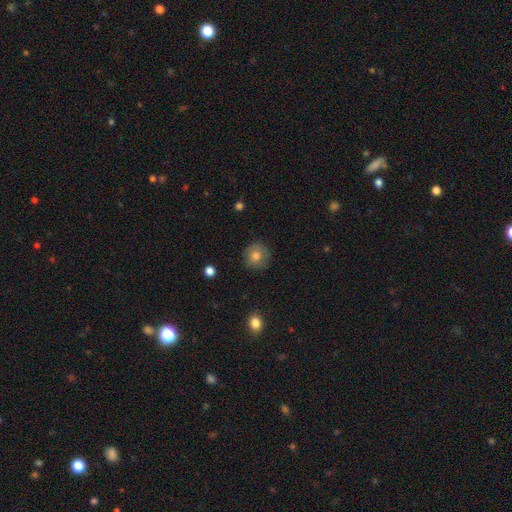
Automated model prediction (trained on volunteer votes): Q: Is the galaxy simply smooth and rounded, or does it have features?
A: smooth — 78%.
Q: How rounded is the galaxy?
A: round — 92%.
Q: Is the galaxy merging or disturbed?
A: none — 86%.